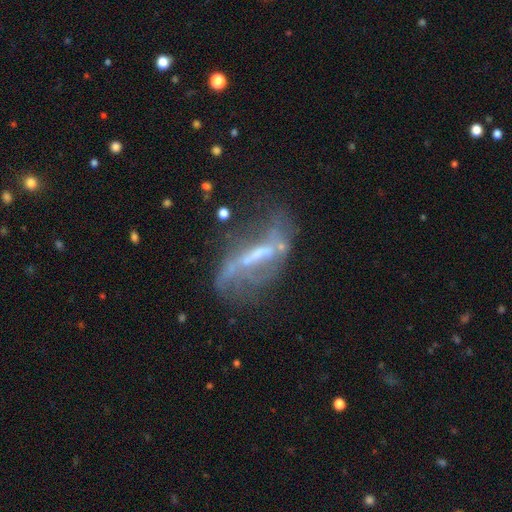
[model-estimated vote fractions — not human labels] A featured or disk galaxy (73%) with a strong bar (48%), spiral arms (54%) and a small central bulge (41%).

Vote fractions:
- Smooth or featured? featured or disk: 73% / smooth: 16% / star or artifact: 11%
- Edge-on disk? no: 82% / yes: 18%
- Bar? strong: 48% / weak: 31% / no: 21%
- Spiral arms? yes: 54% / no: 46%
- Bulge size? small: 41% / moderate: 28% / none: 26% / large: 4% / dominant: 1%
- Merging? none: 42% / major disturbance: 28% / minor disturbance: 21% / merger: 8%